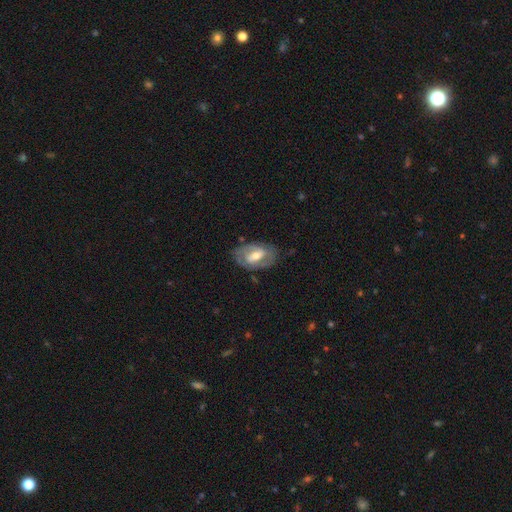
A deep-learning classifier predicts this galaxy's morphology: smooth-or-featured: featured or disk: 69% | smooth: 25% | star or artifact: 5%
  disk-edge-on: no: 94% | yes: 6%
    bar: weak: 43% | strong: 34% | no: 23%
    has-spiral-arms: yes: 67% | no: 33%
    bulge-size: moderate: 64% | small: 27% | large: 7% | none: 1% | dominant: 1%
  merging: none: 75% | minor disturbance: 17% | major disturbance: 6% | merger: 1%